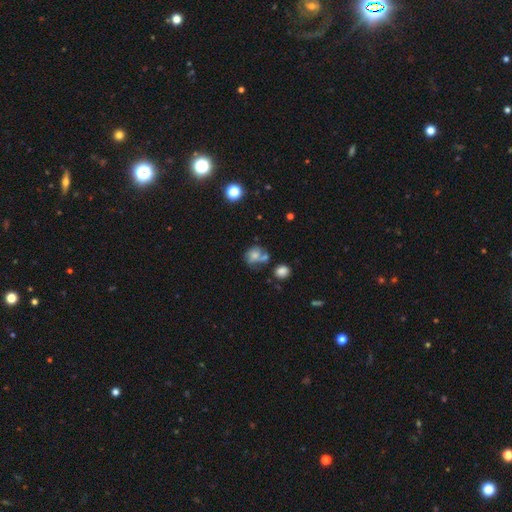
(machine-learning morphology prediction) smooth-or-featured: smooth: 58% | featured or disk: 29% | star or artifact: 13%
  how-rounded: round: 62% | in between: 37% | cigar-shaped: 1%
  merging: none: 37% | merger: 31% | minor disturbance: 20% | major disturbance: 12%